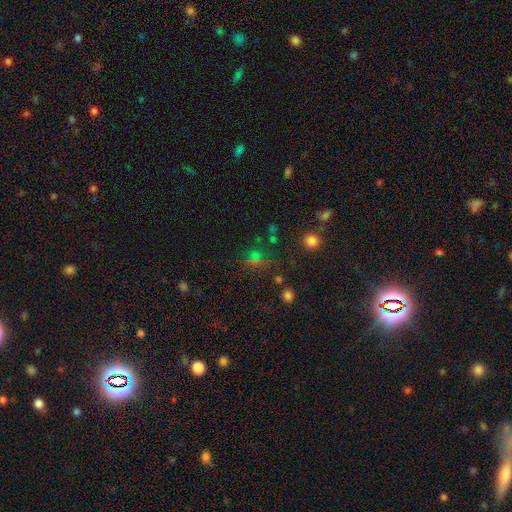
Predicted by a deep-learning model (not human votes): This appears to be a star or artifact, not a galaxy (56%).